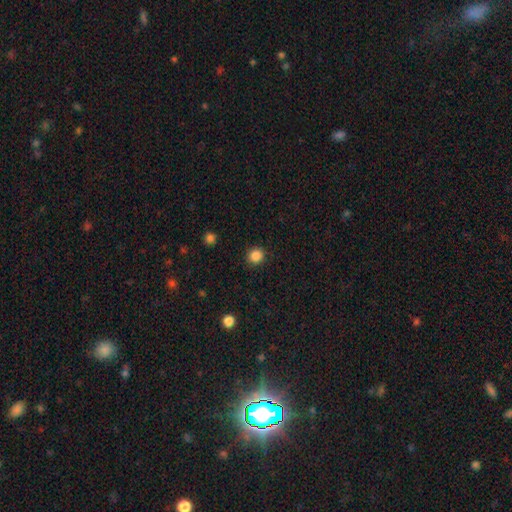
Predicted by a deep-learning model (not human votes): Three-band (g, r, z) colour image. It shows a smooth galaxy with no disk features (86%) that is round (80%). Merging: none (90%).